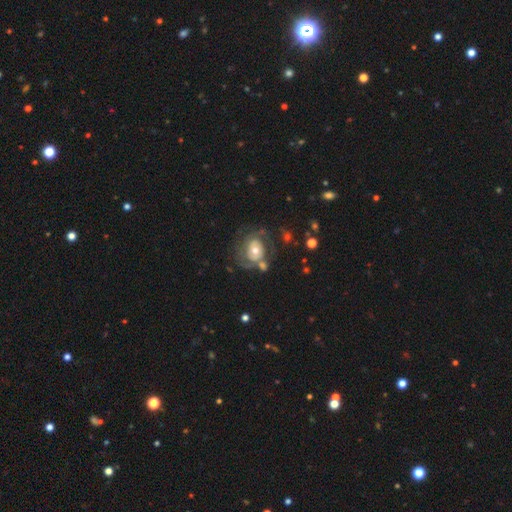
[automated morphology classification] smooth_or_featured: featured or disk (p=0.72) [alt: smooth p=0.21]
disk_edge_on: no (p=0.97) [alt: yes p=0.03]
bar: no (p=0.74) [alt: weak p=0.20]
has_spiral_arms: yes (p=0.77) [alt: no p=0.23]
spiral_winding: tight (p=0.55) [alt: medium p=0.31]
spiral_arm_count: 2 (p=0.38) [alt: can't tell p=0.36]
bulge_size: moderate (p=0.65) [alt: small p=0.25]
merging: none (p=0.52) [alt: minor disturbance p=0.19]